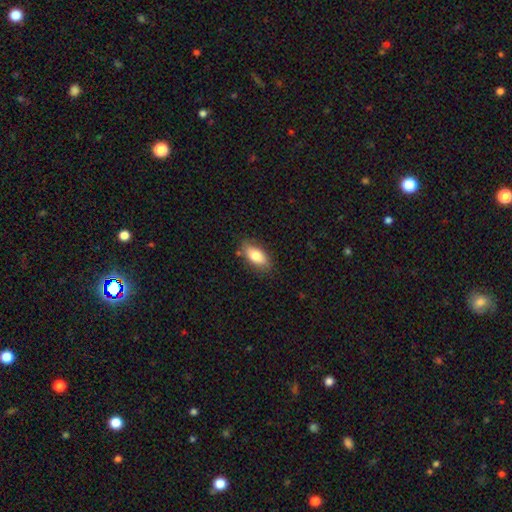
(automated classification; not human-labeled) Overall: smooth (76%). How rounded: in between (83%). Merging: none (80%).